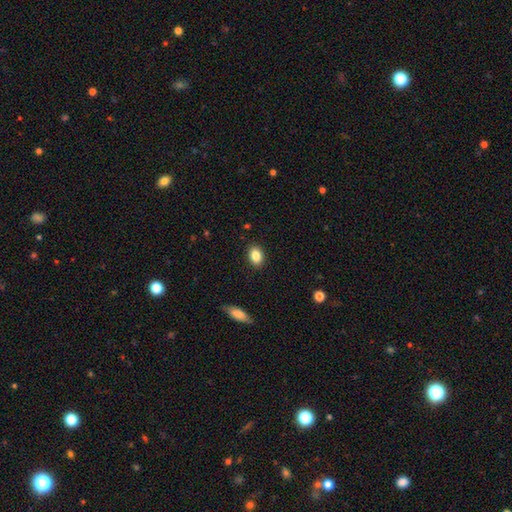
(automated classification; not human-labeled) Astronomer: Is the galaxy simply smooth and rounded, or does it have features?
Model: smooth — 86%.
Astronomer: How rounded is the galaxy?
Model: in between — 78%.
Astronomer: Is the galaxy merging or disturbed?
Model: none — 89%.